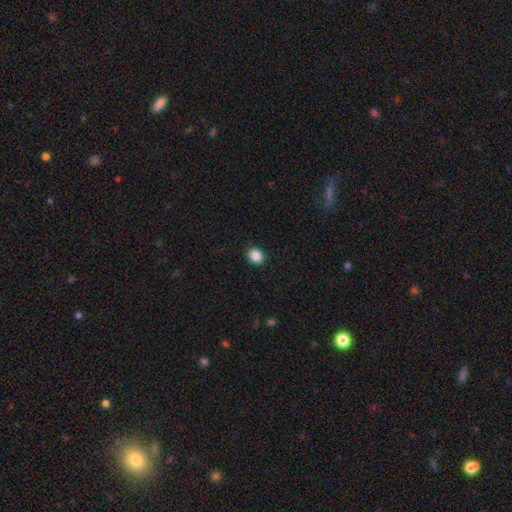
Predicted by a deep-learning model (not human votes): A smooth galaxy with no disk features (87%) that is round (73%). Merging: none (92%).